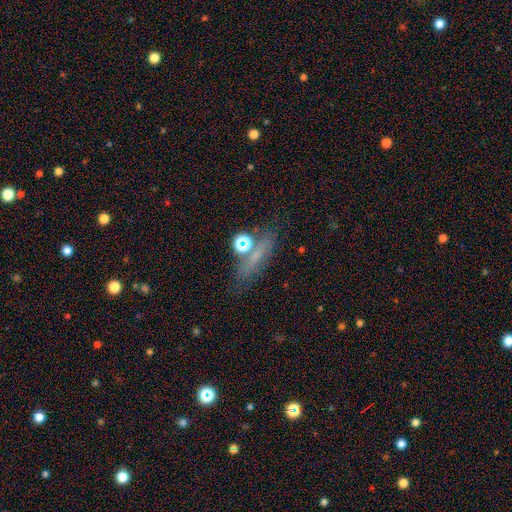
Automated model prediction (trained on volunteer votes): Smooth or featured?
  - smooth: 45% *
  - star or artifact: 31%
  - featured or disk: 24%
Merging?
  - none: 70% *
  - minor disturbance: 14%
  - merger: 8%
  - major disturbance: 8%